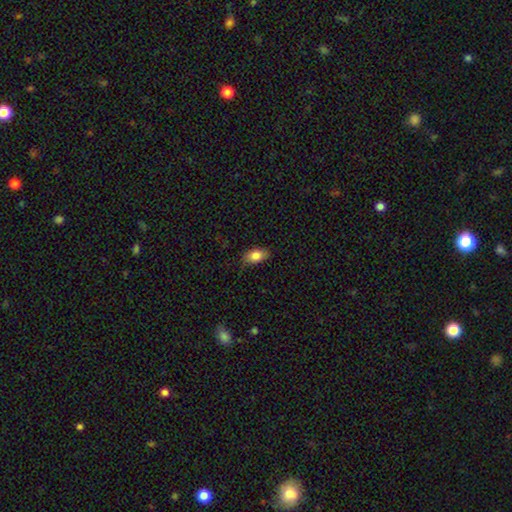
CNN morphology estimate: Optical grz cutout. It shows a smooth galaxy with no disk features (84%) that is in between round and cigar-shaped (88%). Merging: none (78%).